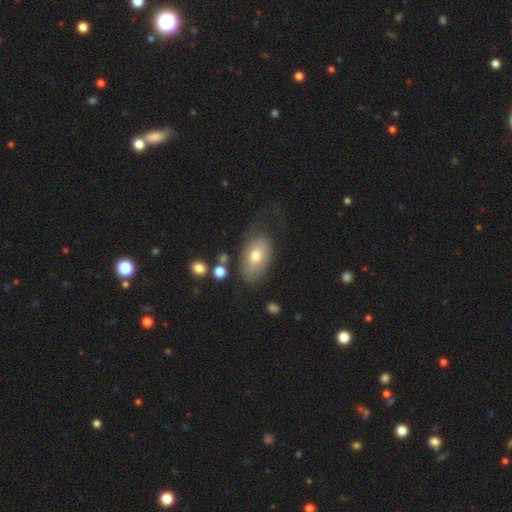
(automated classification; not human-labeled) A smooth galaxy with no disk features (65%) that is in between round and cigar-shaped (91%).

Vote fractions:
- Smooth or featured? smooth: 65% / featured or disk: 28% / star or artifact: 8%
- How rounded? in between: 91% / round: 7% / cigar-shaped: 2%
- Merging? none: 57% / minor disturbance: 24% / major disturbance: 15% / merger: 3%